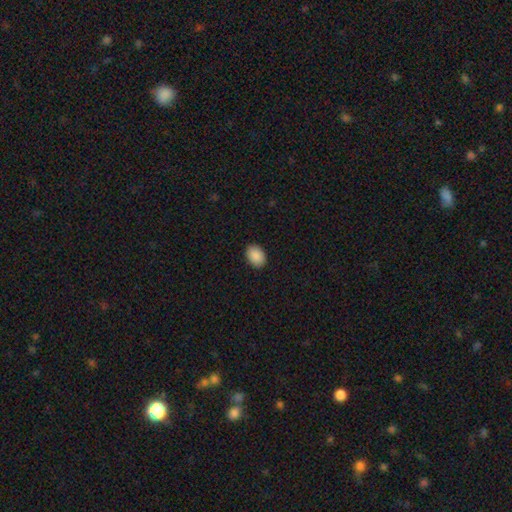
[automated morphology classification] type=smooth (90%); roundness=in between (79%); merging=none (90%).